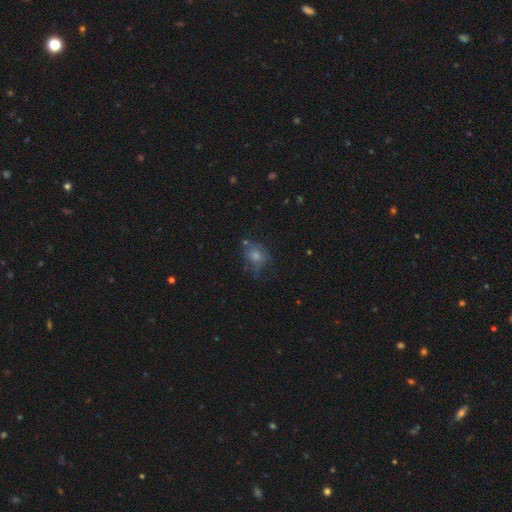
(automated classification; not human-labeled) The model was most divided on "how rounded": round: 54%, in between: 45%, cigar-shaped: 2%. Remaining: smooth or featured — smooth (59%); merging — none (47%).